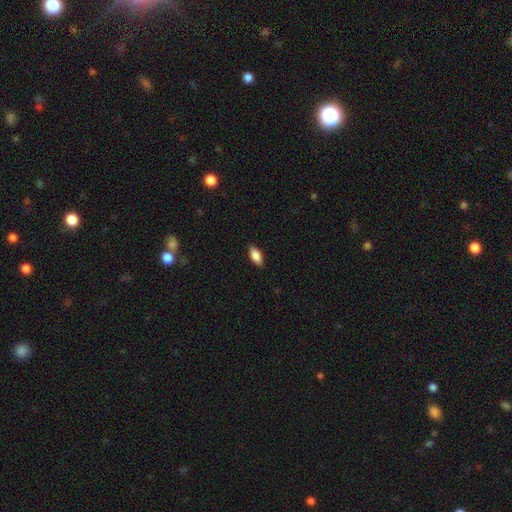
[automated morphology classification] This appears to be a smooth galaxy with no disk features (82%) that is in between round and cigar-shaped (85%). Merging: none (88%).